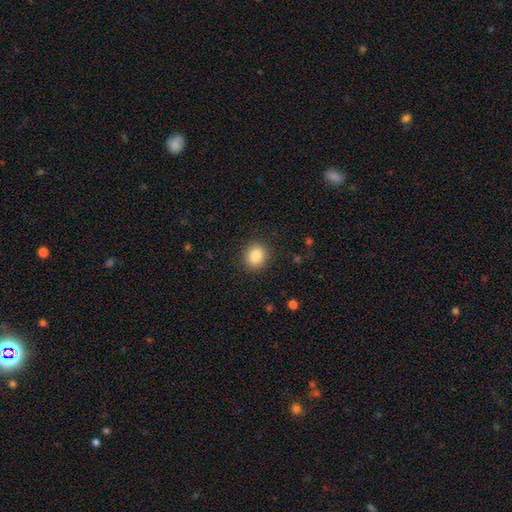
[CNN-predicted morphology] A smooth galaxy with no disk features (86%) that is round (74%). Merging: none (89%).